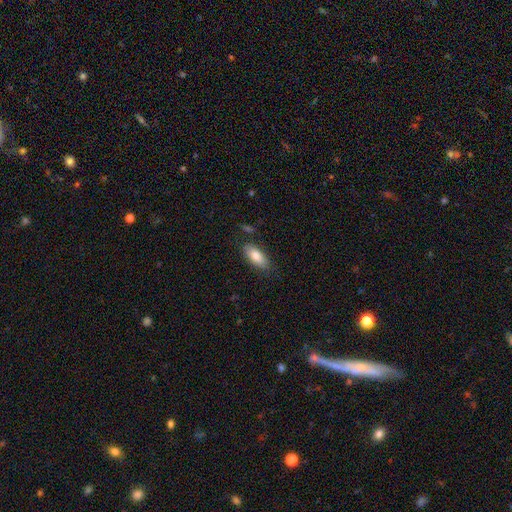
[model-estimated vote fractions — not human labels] A smooth galaxy with no disk features (81%) that is in between round and cigar-shaped (85%). Merging: none (79%).